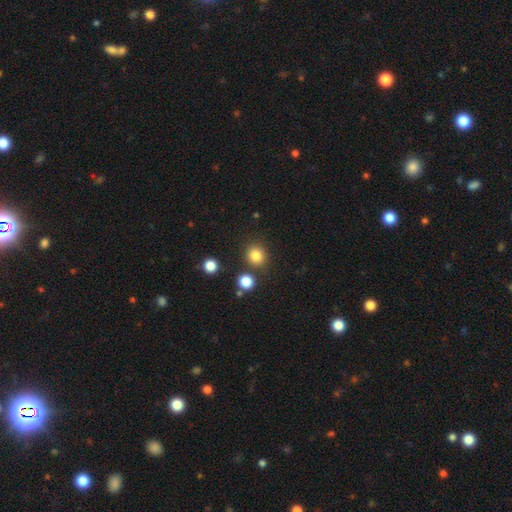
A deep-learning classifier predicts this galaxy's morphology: A smooth galaxy with no disk features (83%) that is round (86%).

Vote fractions:
- Smooth or featured? smooth: 83% / star or artifact: 13% / featured or disk: 5%
- How rounded? round: 86% / in between: 13% / cigar-shaped: 1%
- Merging? none: 82% / minor disturbance: 8% / merger: 7% / major disturbance: 3%